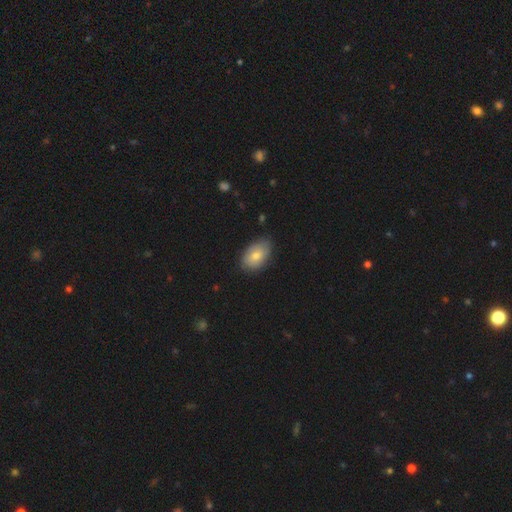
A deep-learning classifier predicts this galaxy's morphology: smooth_or_featured: smooth (p=0.75) [alt: featured or disk p=0.19]
how_rounded: in between (p=0.91) [alt: round p=0.08]
merging: none (p=0.78) [alt: minor disturbance p=0.18]